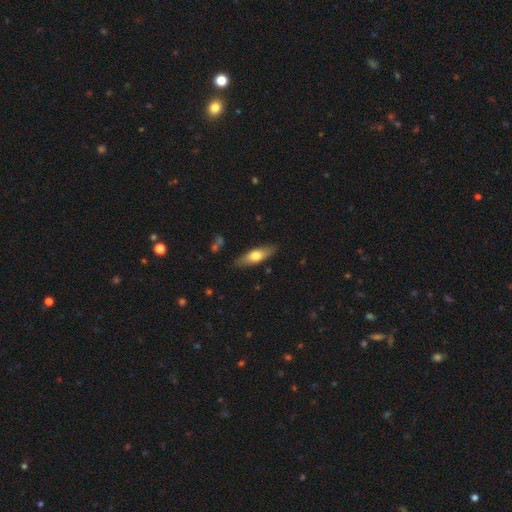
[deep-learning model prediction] Smooth or featured? Predicted: smooth (p=0.60). How rounded? Predicted: cigar-shaped (p=0.49). Merging? Predicted: none (p=0.85).